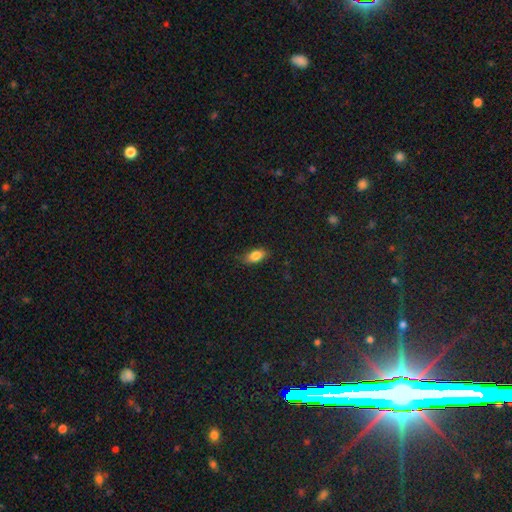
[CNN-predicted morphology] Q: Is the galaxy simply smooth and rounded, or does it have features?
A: smooth — 82%.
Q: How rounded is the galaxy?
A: in between — 87%.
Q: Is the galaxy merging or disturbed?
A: none — 79%.